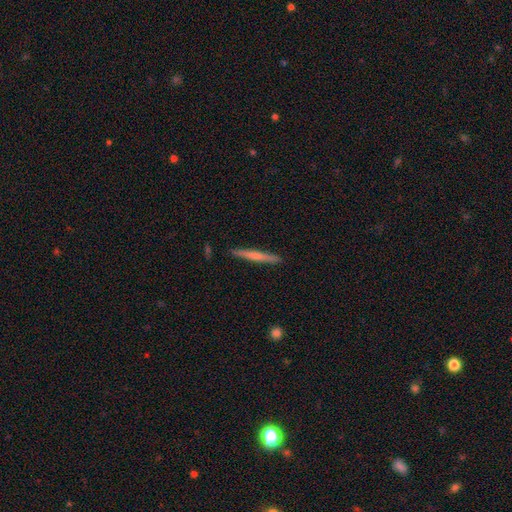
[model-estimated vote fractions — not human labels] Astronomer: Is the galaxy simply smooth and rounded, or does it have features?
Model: smooth — 53% (runner-up: featured or disk, 41%).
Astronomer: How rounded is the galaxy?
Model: cigar-shaped — 96%.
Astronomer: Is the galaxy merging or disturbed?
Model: none — 91%.